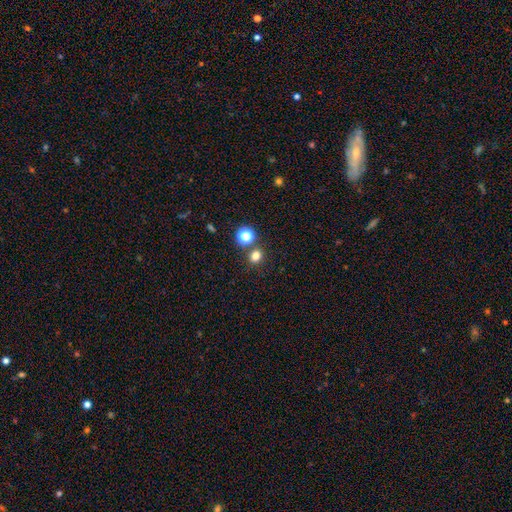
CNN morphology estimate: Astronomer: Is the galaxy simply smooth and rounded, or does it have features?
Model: smooth — 77%.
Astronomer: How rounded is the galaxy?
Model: round — 68%.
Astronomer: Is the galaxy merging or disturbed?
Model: none — 78%.